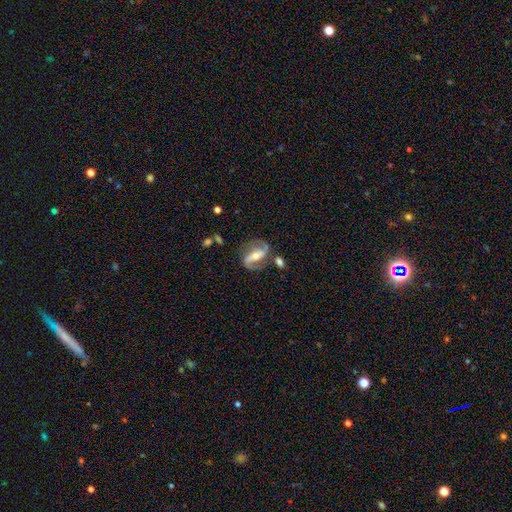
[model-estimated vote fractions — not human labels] Morphology: type=featured or disk (86%); edge-on=no (95%); bar=strong (56%); spiral arms=yes (95%); winding=medium (48%); arm count=2 (91%); bulge=moderate (56%); merging=none (71%).